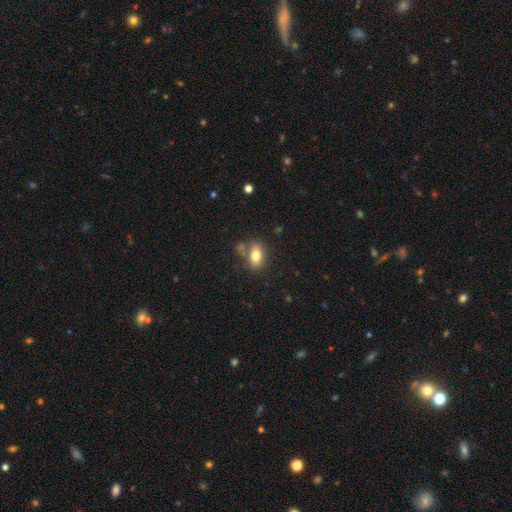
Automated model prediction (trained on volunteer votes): Smooth or featured: smooth — 77% (featured or disk — 14%)
How rounded: in between — 85% (round — 10%)
Merging: none — 69% (minor disturbance — 14%)